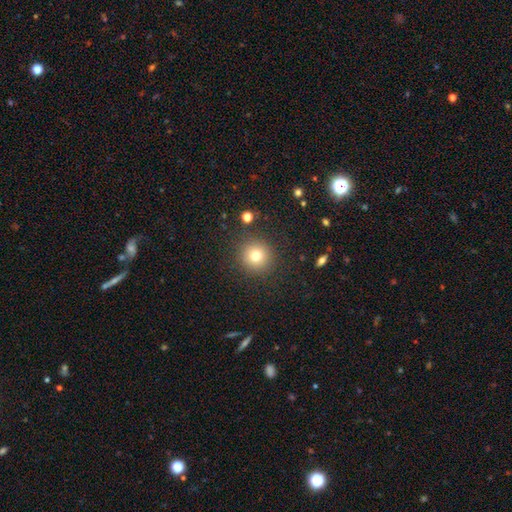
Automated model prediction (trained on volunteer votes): This is likely a smooth galaxy (76%). How rounded: clearly round (95%). Merging: clearly none (89%).